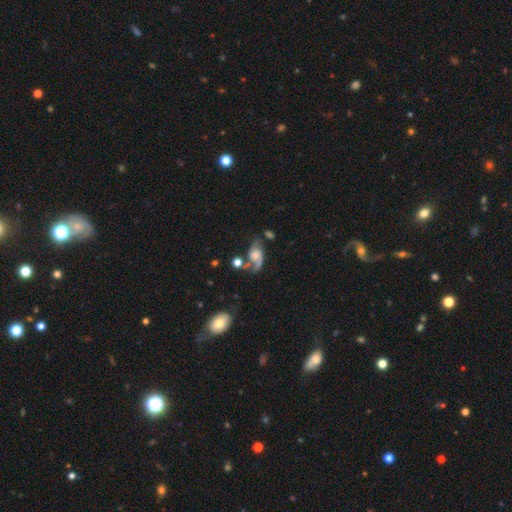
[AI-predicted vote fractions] Smooth or featured: featured or disk — 80% (smooth — 13%)
Edge-on disk: no — 96% (yes — 4%)
Bar: no — 64% (weak — 29%)
Spiral arms: yes — 95% (no — 5%)
Spiral winding: loose — 53% (medium — 36%)
Spiral arm count: 2 — 87% (1 — 7%)
Bulge size: moderate — 35% (small — 34%)
Merging: none — 51% (minor disturbance — 21%)